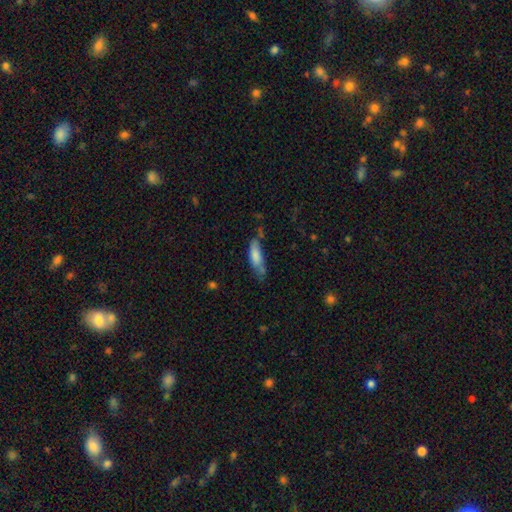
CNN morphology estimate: Smooth or featured? Predicted: smooth (p=0.73). How rounded? Predicted: in between (p=0.56). Merging? Predicted: none (p=0.42).